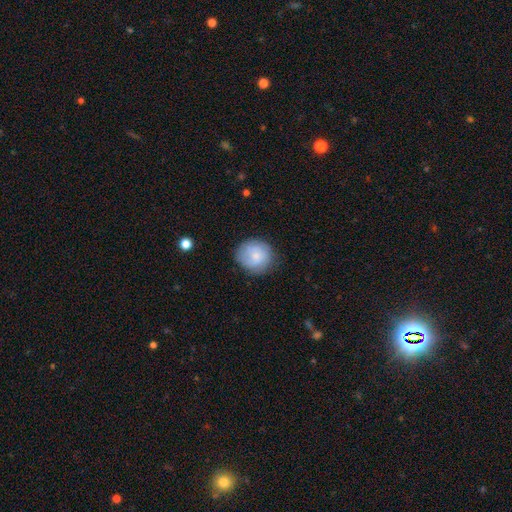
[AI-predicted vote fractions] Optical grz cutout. It shows a smooth galaxy with no disk features (68%) that is round (86%). Merging: none (78%).